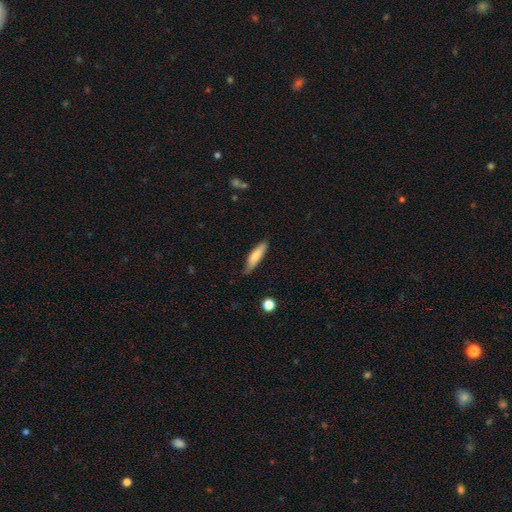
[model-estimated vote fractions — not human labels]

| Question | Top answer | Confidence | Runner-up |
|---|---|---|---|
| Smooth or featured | smooth | 78% | featured or disk (16%) |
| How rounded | cigar-shaped | 72% | in between (26%) |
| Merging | none | 74% | minor disturbance (21%) |